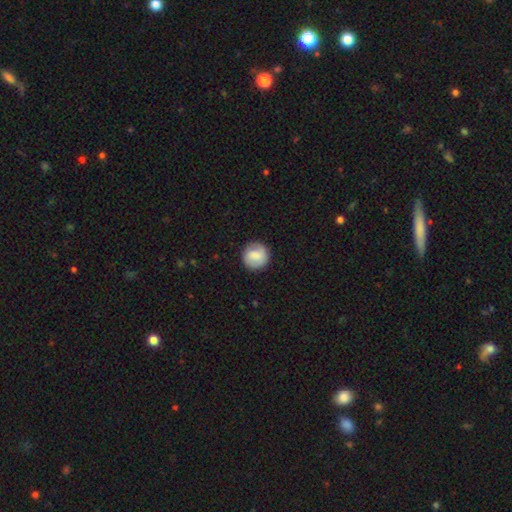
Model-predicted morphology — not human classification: Smooth or featured?
  - smooth: 73% *
  - featured or disk: 20%
  - star or artifact: 7%
How rounded?
  - round: 92% *
  - in between: 7%
  - cigar-shaped: 1%
Merging?
  - none: 87% *
  - minor disturbance: 9%
  - major disturbance: 3%
  - merger: 1%